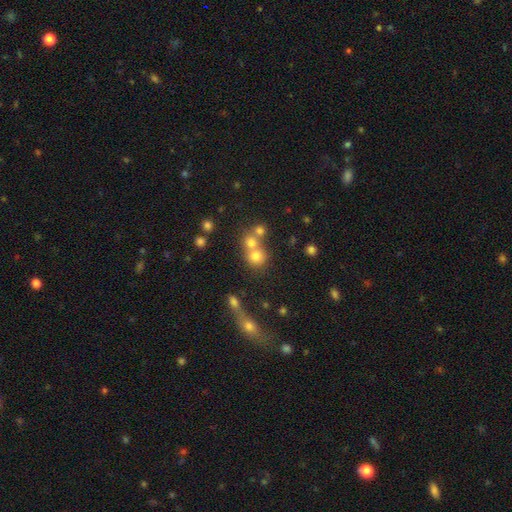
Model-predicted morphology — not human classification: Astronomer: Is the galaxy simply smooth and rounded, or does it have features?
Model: smooth — 71%.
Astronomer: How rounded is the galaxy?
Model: round — 84%.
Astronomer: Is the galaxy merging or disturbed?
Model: merger — 47% (runner-up: none, 42%).